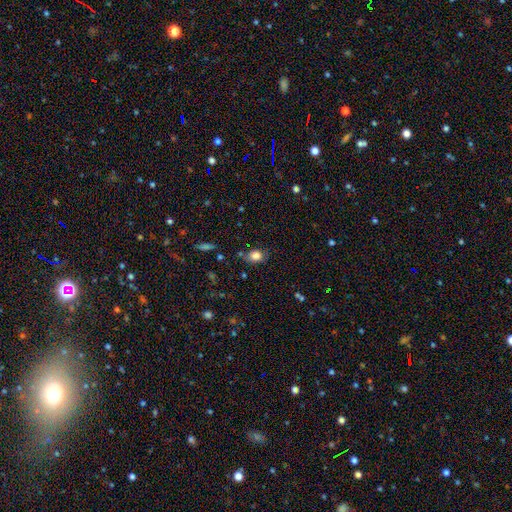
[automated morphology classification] The model was most divided on "how rounded": in between: 58%, round: 41%, cigar-shaped: 1%. More confident: smooth or featured — smooth (83%); merging — none (75%).